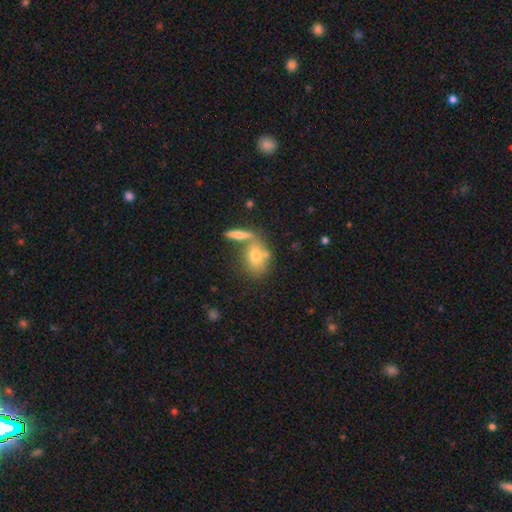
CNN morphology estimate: smooth-or-featured: smooth: 68% | featured or disk: 23% | star or artifact: 9%
  how-rounded: in between: 71% | round: 22% | cigar-shaped: 7%
  merging: none: 45% | merger: 36% | minor disturbance: 13% | major disturbance: 6%